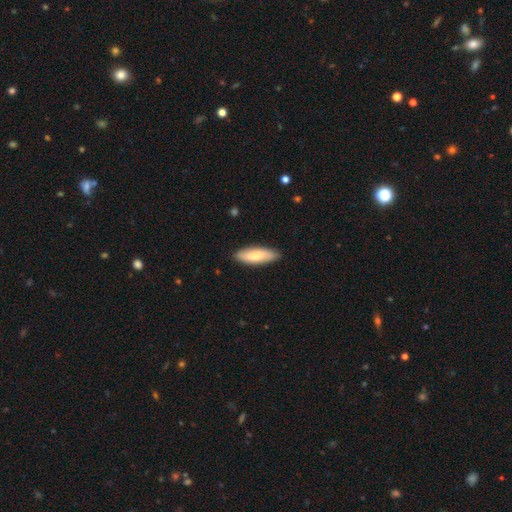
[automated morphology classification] smooth_or_featured: smooth (p=0.79) [alt: featured or disk p=0.16]
how_rounded: in between (p=0.58) [alt: cigar-shaped p=0.41]
merging: none (p=0.87) [alt: minor disturbance p=0.10]